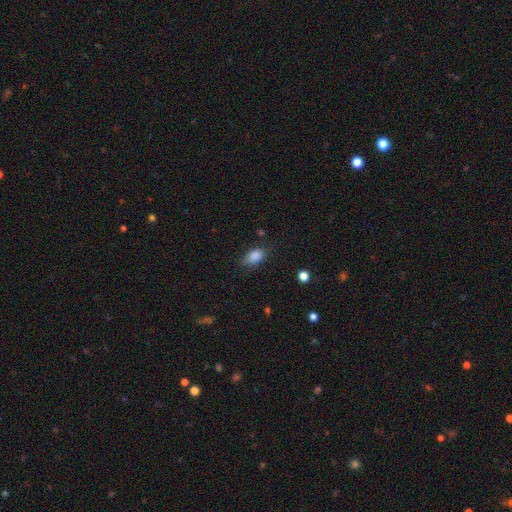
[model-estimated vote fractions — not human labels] The model was most divided on "merging": none: 71%, minor disturbance: 22%, major disturbance: 5%, merger: 2%. More confident: how rounded — in between (86%); smooth or featured — smooth (85%).